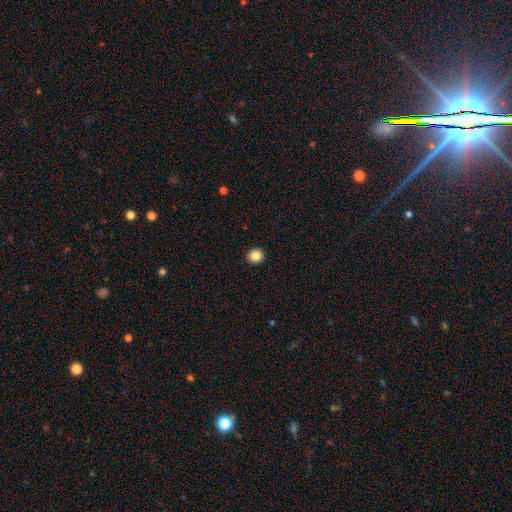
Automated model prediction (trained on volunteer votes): A smooth galaxy with no disk features (85%) that is round (91%).

Vote fractions:
- Smooth or featured? smooth: 85% / star or artifact: 10% / featured or disk: 4%
- How rounded? round: 91% / in between: 8% / cigar-shaped: 1%
- Merging? none: 93% / minor disturbance: 4% / major disturbance: 1% / merger: 1%